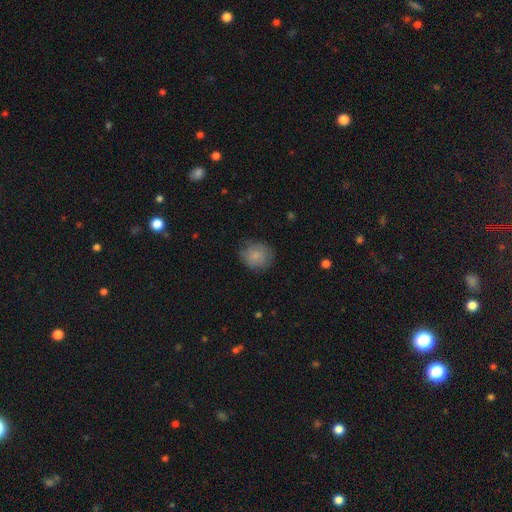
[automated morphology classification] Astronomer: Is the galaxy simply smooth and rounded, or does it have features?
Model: smooth — 82%.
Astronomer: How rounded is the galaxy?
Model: round — 77%.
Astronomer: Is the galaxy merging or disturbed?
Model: none — 76%.